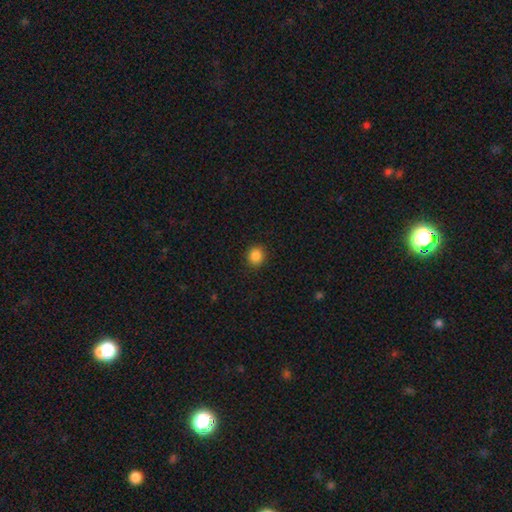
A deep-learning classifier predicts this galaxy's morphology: Smooth or featured?
  - smooth: 87% *
  - star or artifact: 10%
  - featured or disk: 3%
How rounded?
  - round: 85% *
  - in between: 14%
  - cigar-shaped: 1%
Merging?
  - none: 91% *
  - minor disturbance: 6%
  - major disturbance: 2%
  - merger: 1%